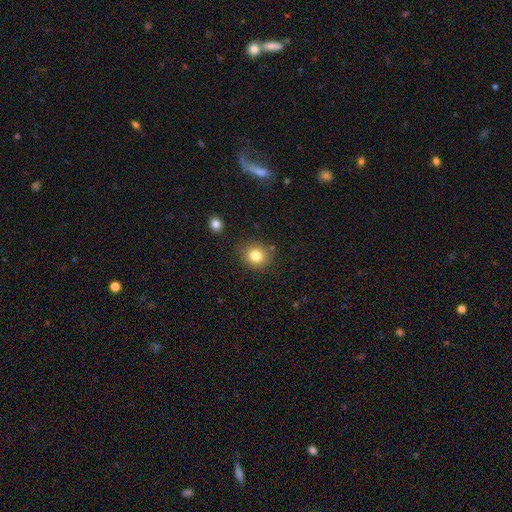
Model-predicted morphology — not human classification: smooth_or_featured: smooth (p=0.81) [alt: star or artifact p=0.11]
how_rounded: round (p=0.82) [alt: in between p=0.17]
merging: none (p=0.83) [alt: minor disturbance p=0.10]